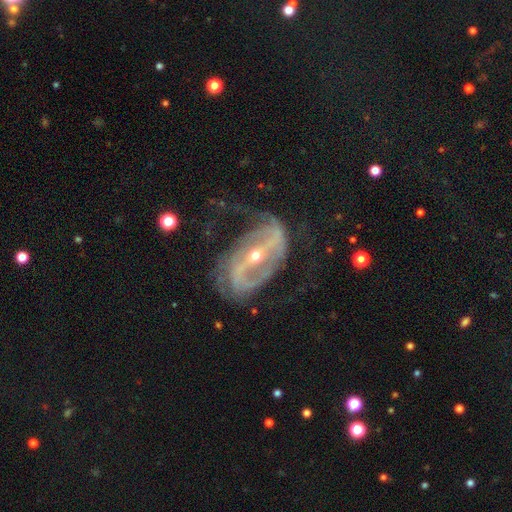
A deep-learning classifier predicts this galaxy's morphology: Overall: featured or disk (89%). Edge-on disk: no (95%). Bar: strong (66%). Spiral arms: yes (90%). Spiral arm count: 2 (78%). Spiral winding: medium (43%; loose 37%). Bulge size: small (63%; moderate 35%). Merging: none (43%; major disturbance 31%).